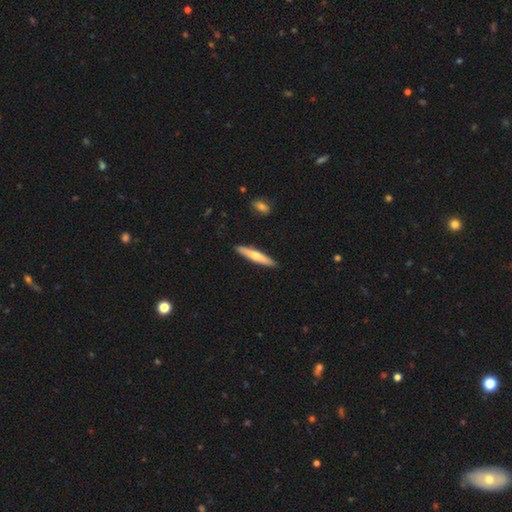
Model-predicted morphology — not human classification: Smooth or featured? smooth (58%)
How rounded? cigar-shaped (90%)
Merging? none (90%)